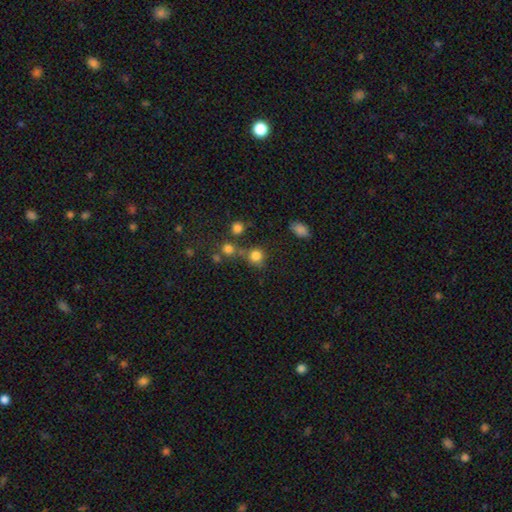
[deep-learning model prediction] Smooth or featured?
  - smooth: 79% *
  - star or artifact: 14%
  - featured or disk: 6%
How rounded?
  - round: 88% *
  - in between: 11%
  - cigar-shaped: 1%
Merging?
  - none: 63% *
  - merger: 19%
  - minor disturbance: 12%
  - major disturbance: 6%